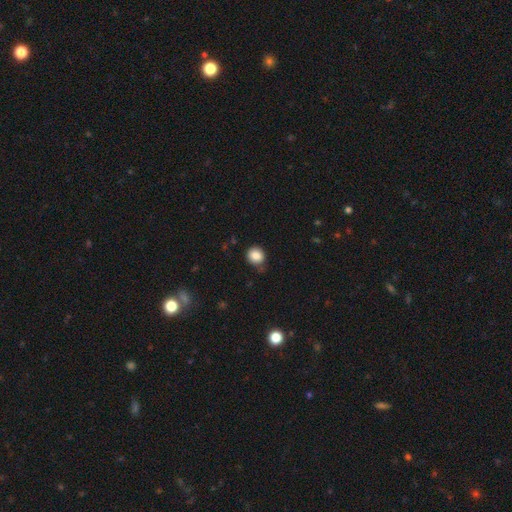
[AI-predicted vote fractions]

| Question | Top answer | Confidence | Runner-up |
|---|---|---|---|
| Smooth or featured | smooth | 85% | star or artifact (10%) |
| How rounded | round | 82% | in between (17%) |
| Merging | none | 73% | minor disturbance (20%) |